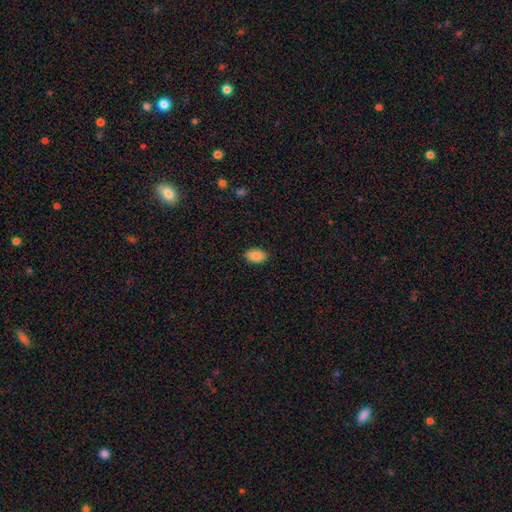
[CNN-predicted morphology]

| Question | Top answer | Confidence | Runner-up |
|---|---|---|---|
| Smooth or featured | smooth | 89% | star or artifact (7%) |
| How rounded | in between | 89% | round (10%) |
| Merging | none | 88% | minor disturbance (9%) |